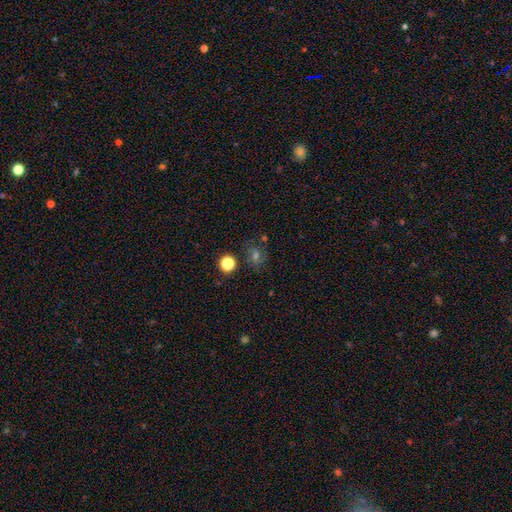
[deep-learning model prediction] smooth_or_featured: smooth (p=0.42) [alt: star or artifact p=0.33]
merging: none (p=0.75) [alt: minor disturbance p=0.13]